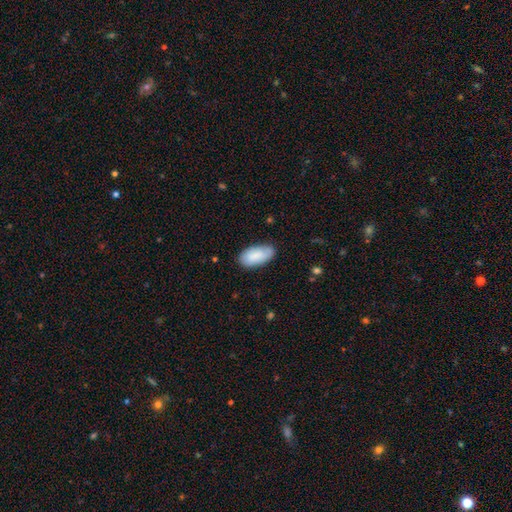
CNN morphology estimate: Smooth or featured?
  - smooth: 86% *
  - featured or disk: 8%
  - star or artifact: 6%
How rounded?
  - in between: 94% *
  - cigar-shaped: 4%
  - round: 2%
Merging?
  - none: 78% *
  - minor disturbance: 18%
  - major disturbance: 3%
  - merger: 1%